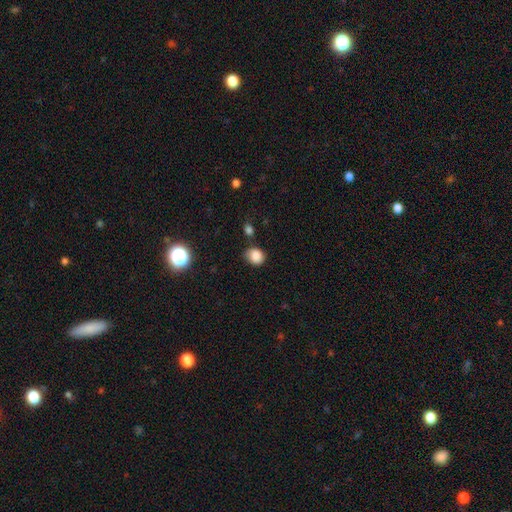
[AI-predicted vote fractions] smooth_or_featured: smooth (p=0.83) [alt: star or artifact p=0.11]
how_rounded: round (p=0.69) [alt: in between p=0.30]
merging: none (p=0.63) [alt: minor disturbance p=0.26]